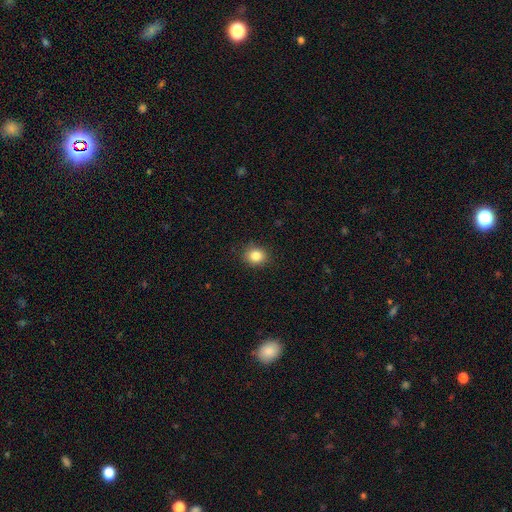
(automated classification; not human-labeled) Overall: smooth (85%). How rounded: round (73%). Merging: none (88%).